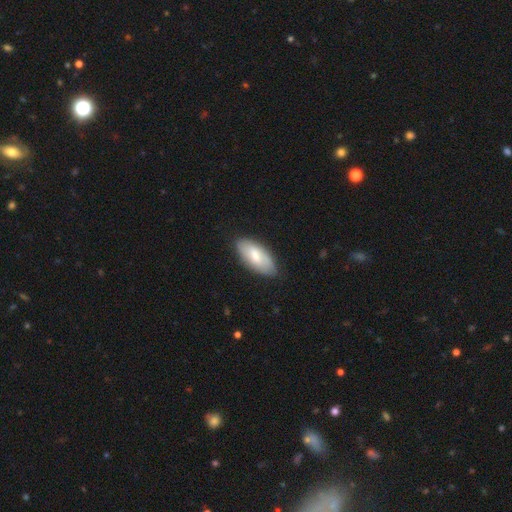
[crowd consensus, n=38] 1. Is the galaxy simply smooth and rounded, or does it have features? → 66% smooth, 29% featured or disk, 5% star or artifact.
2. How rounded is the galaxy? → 96% in between, 4% round, 0% cigar-shaped.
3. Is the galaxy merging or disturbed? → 92% none, 8% minor disturbance, 0% major disturbance, 0% merger.